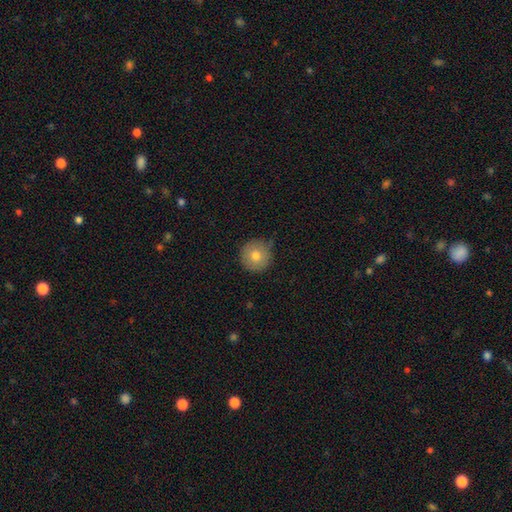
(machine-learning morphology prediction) type=smooth (76%); roundness=round (96%); merging=none (76%).